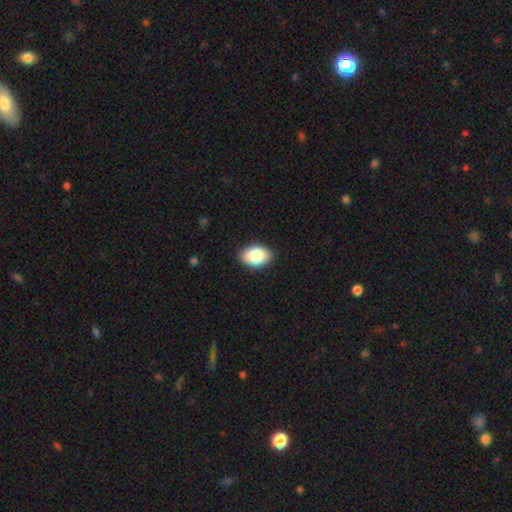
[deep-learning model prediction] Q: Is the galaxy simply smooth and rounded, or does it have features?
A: smooth — 84%.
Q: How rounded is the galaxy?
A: in between — 89%.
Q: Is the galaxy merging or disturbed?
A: none — 89%.